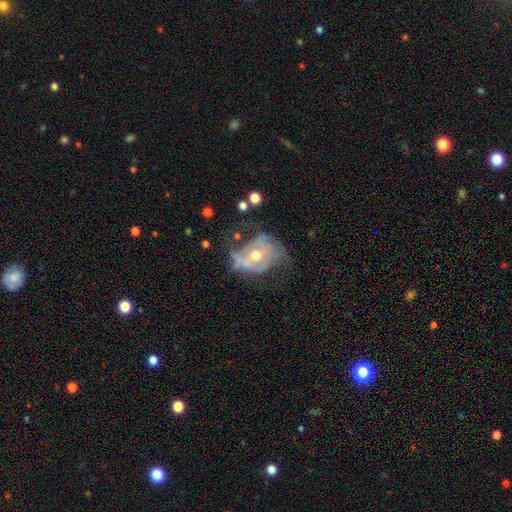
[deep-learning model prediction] Smooth or featured: featured or disk — 73% (smooth — 19%)
Edge-on disk: no — 96% (yes — 4%)
Bar: no — 69% (weak — 23%)
Spiral arms: yes — 64% (no — 36%)
Bulge size: moderate — 68% (small — 26%)
Merging: major disturbance — 35% (none — 33%)